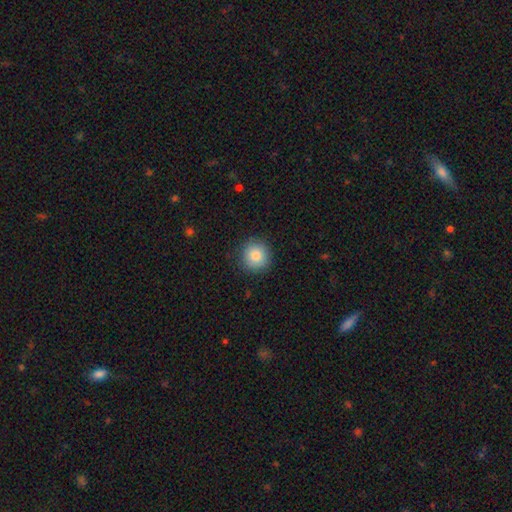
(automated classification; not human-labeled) Smooth or featured? smooth (84%)
How rounded? round (94%)
Merging? none (90%)